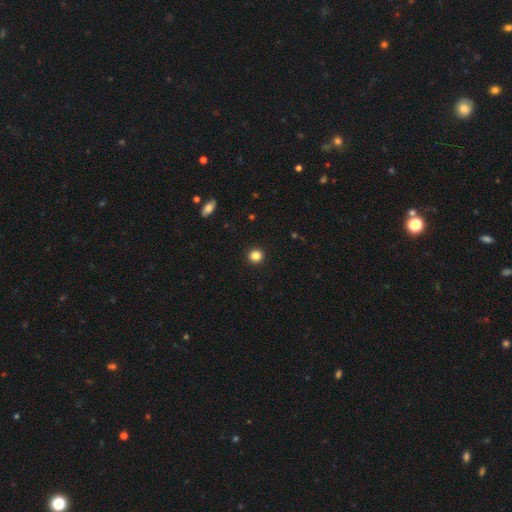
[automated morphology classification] A smooth galaxy with no disk features (84%) that is round (94%). Merging: none (94%).